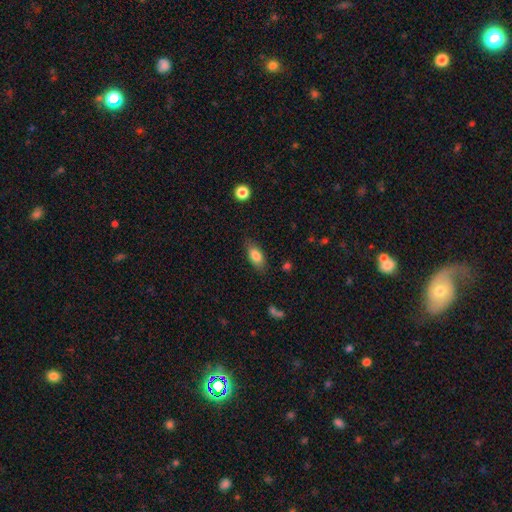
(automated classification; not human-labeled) A smooth galaxy with no disk features (82%) that is in between round and cigar-shaped (85%). Merging: none (79%).